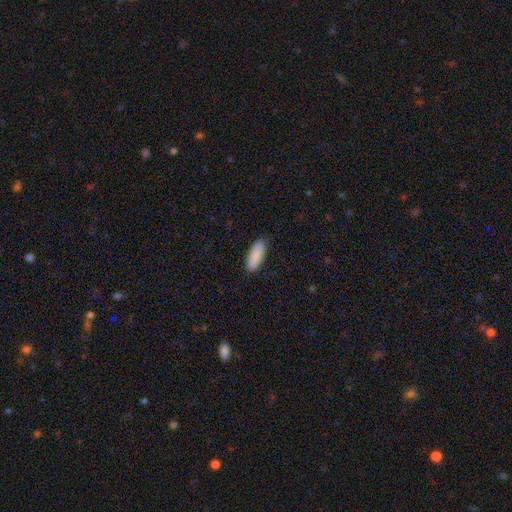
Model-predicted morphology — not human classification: This appears to be a smooth galaxy with no disk features (89%) that is in between round and cigar-shaped (64%). Merging: none (88%).